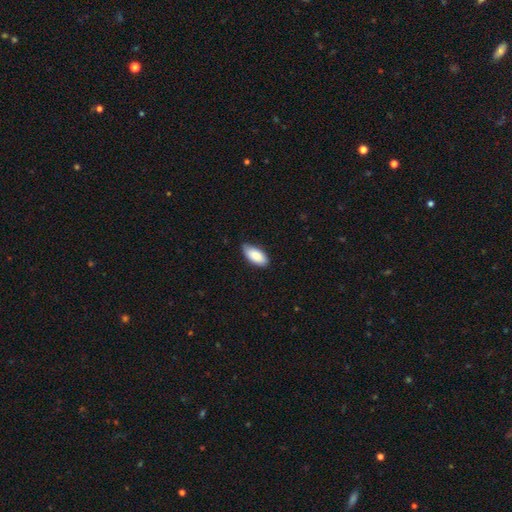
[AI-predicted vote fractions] smooth 88%, featured or disk 6%, star or artifact 6%. Down the decision tree: how rounded — in between (92%); merging — none (75%).